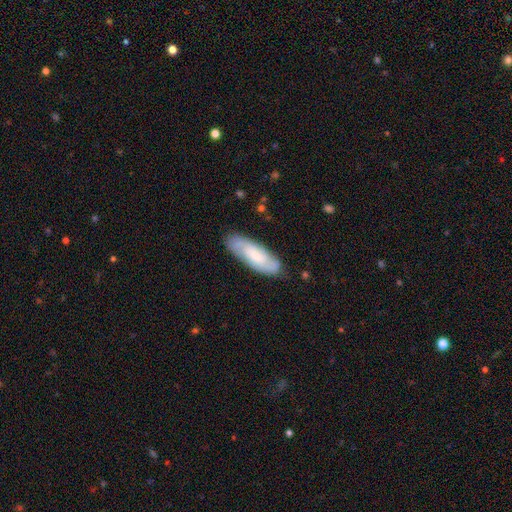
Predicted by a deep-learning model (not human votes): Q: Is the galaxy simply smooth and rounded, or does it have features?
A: featured or disk — 51%.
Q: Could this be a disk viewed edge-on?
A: no — 84%.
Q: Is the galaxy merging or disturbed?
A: none — 83%.